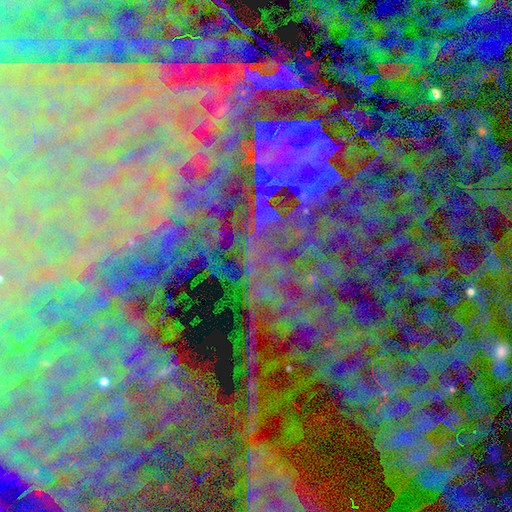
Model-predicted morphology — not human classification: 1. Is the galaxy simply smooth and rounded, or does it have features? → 86% star or artifact, 7% featured or disk, 6% smooth.